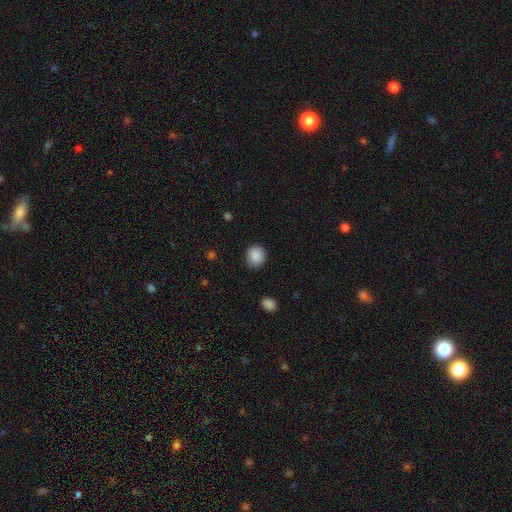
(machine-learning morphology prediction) Smooth or featured?
  - smooth: 88% *
  - star or artifact: 8%
  - featured or disk: 4%
How rounded?
  - round: 85% *
  - in between: 14%
  - cigar-shaped: 1%
Merging?
  - none: 87% *
  - minor disturbance: 10%
  - major disturbance: 3%
  - merger: 1%